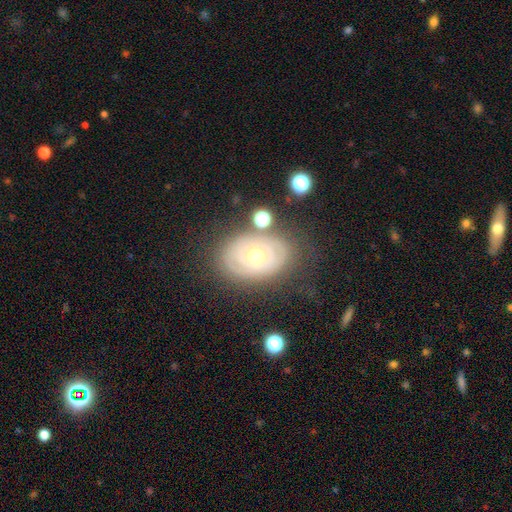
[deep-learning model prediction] A featured or disk galaxy (73%) with no bar (79%), spiral arms (67%) and a moderate central bulge (73%). Merging: none (72%).